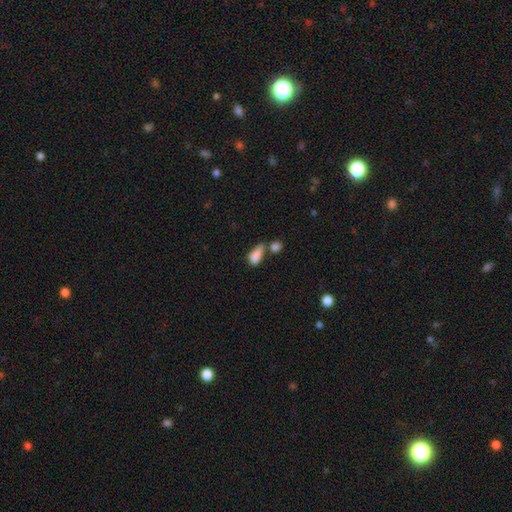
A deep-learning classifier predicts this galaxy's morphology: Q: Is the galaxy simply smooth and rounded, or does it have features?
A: smooth — 81%.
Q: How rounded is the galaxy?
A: in between — 79%.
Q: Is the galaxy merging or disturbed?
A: merger — 41%.